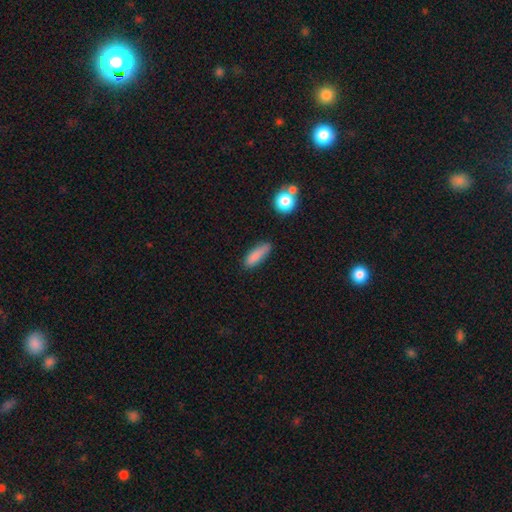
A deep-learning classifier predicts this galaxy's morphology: smooth-or-featured: smooth: 83% | featured or disk: 9% | star or artifact: 8%
  how-rounded: in between: 51% | cigar-shaped: 46% | round: 3%
  merging: none: 64% | minor disturbance: 26% | major disturbance: 6% | merger: 4%